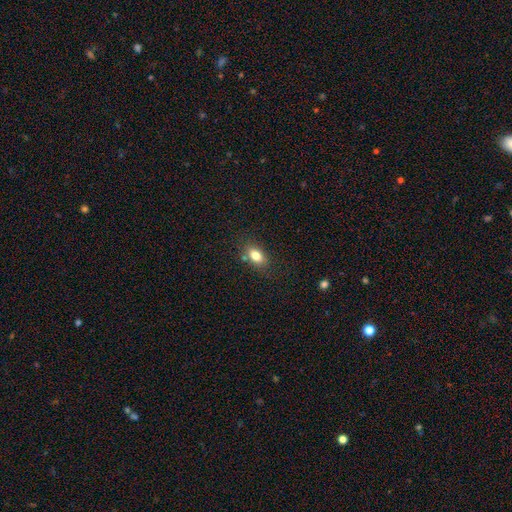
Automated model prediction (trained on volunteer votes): A smooth galaxy with no disk features (80%) that is in between round and cigar-shaped (84%).

Vote fractions:
- Smooth or featured? smooth: 80% / featured or disk: 10% / star or artifact: 9%
- How rounded? in between: 84% / round: 12% / cigar-shaped: 3%
- Merging? none: 76% / minor disturbance: 14% / merger: 7% / major disturbance: 4%